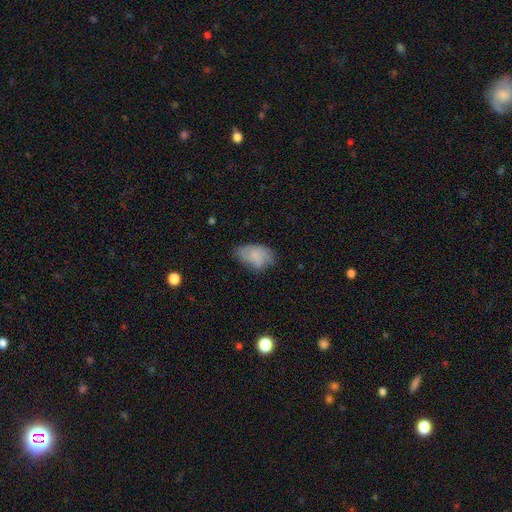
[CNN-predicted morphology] Smooth or featured: smooth — 66% (featured or disk — 25%)
How rounded: in between — 90% (round — 9%)
Merging: none — 55% (minor disturbance — 32%)